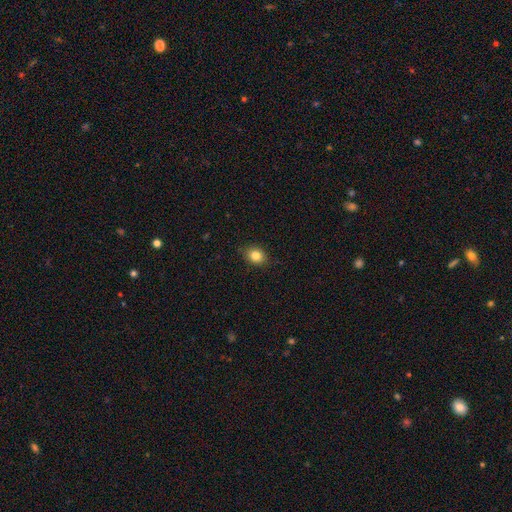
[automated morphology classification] Q: Smooth or featured?
A: smooth (83%); runner-up: star or artifact (10%)
Q: How rounded?
A: round (54%); runner-up: in between (45%)
Q: Merging?
A: none (86%); runner-up: minor disturbance (11%)